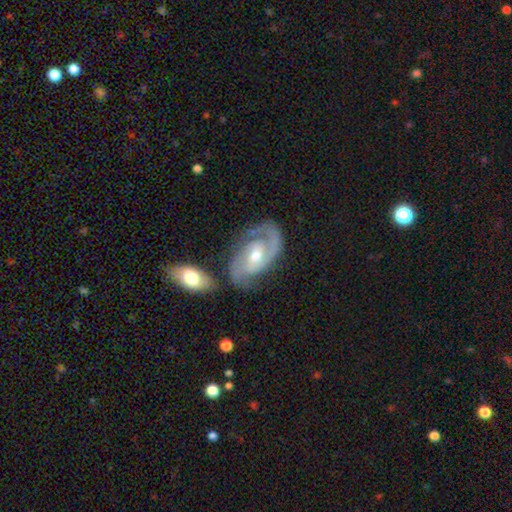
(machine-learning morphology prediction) Smooth or featured?
  - featured or disk: 87% *
  - smooth: 8%
  - star or artifact: 5%
Edge-on disk?
  - no: 96% *
  - yes: 4%
Bar?
  - no: 45% *
  - weak: 41%
  - strong: 14%
Spiral arms?
  - yes: 96% *
  - no: 4%
Spiral winding?
  - medium: 46% *
  - tight: 40%
  - loose: 13%
Spiral arm count?
  - 2: 79% *
  - 1: 9%
  - can't tell: 6%
  - 3: 3%
  - 4: 1%
  - more than 4: 1%
Bulge size?
  - moderate: 65% *
  - small: 30%
  - large: 3%
  - none: 1%
  - dominant: 1%
Merging?
  - none: 59% *
  - minor disturbance: 19%
  - merger: 12%
  - major disturbance: 10%